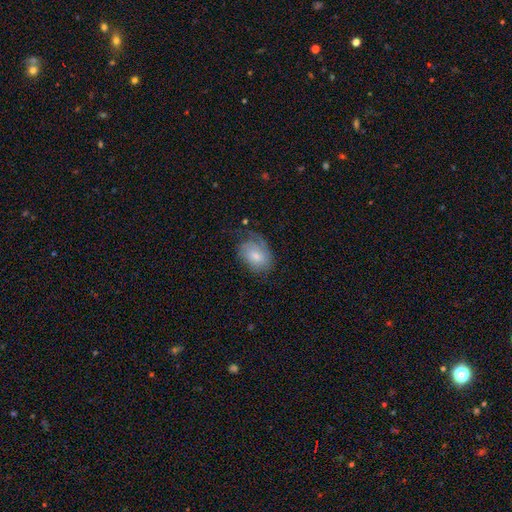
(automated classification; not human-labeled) A smooth galaxy with no disk features (53%) that is in between round and cigar-shaped (76%).

Vote fractions:
- Smooth or featured? smooth: 53% / featured or disk: 40% / star or artifact: 7%
- How rounded? in between: 76% / round: 23% / cigar-shaped: 1%
- Merging? none: 46% / minor disturbance: 29% / major disturbance: 22% / merger: 2%